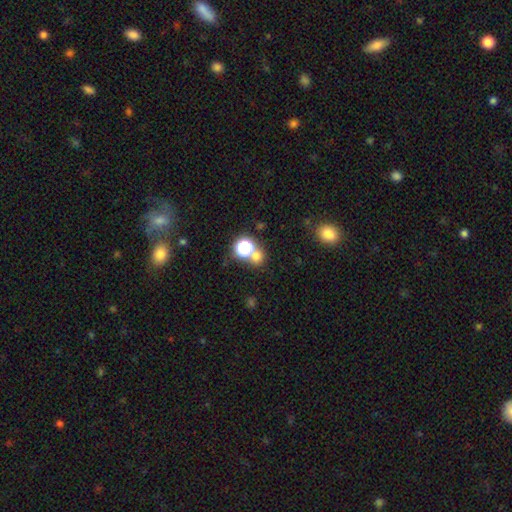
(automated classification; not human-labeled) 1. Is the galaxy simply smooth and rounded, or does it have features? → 67% smooth, 25% star or artifact, 8% featured or disk.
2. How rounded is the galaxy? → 83% round, 16% in between, 1% cigar-shaped.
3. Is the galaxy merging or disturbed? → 58% none, 31% merger, 7% minor disturbance, 4% major disturbance.